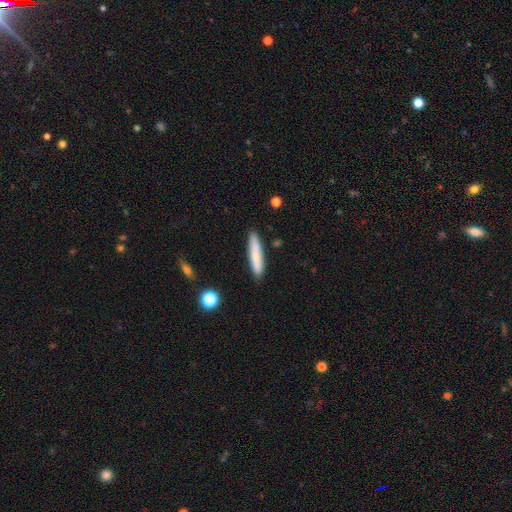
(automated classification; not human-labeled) This is likely a smooth galaxy (76%). How rounded: clearly cigar-shaped (88%). Merging: clearly none (87%).